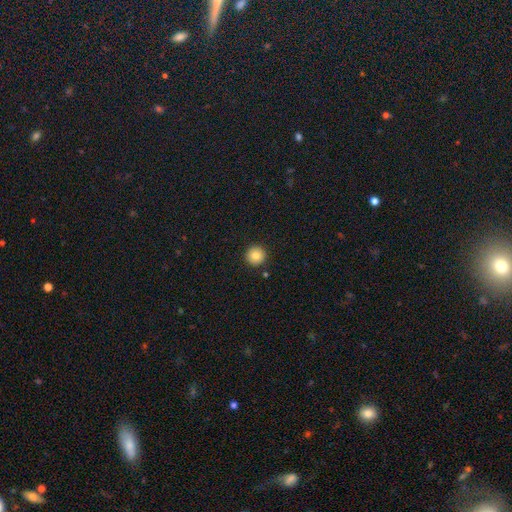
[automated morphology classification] Overall: smooth (84%). How rounded: round (96%). Merging: none (92%).